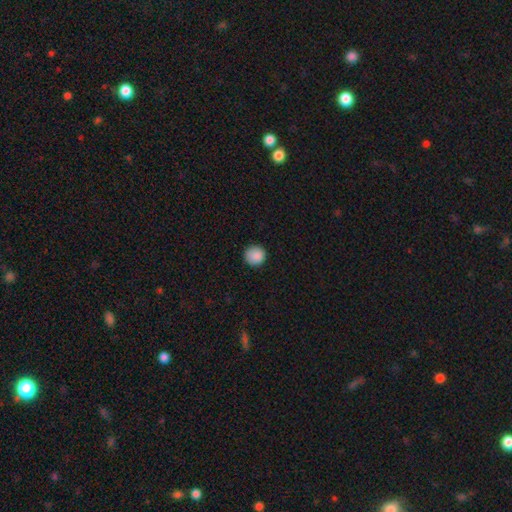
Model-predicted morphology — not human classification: type=smooth (88%); roundness=round (94%); merging=none (90%).